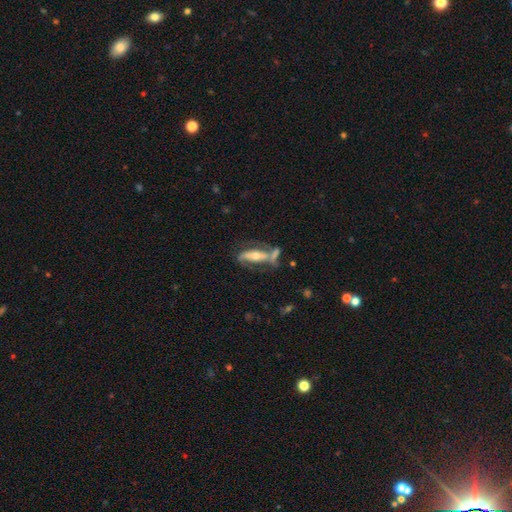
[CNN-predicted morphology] Smooth or featured? featured or disk (72%)
Edge-on disk? no (68%)
Merging? none (43%)